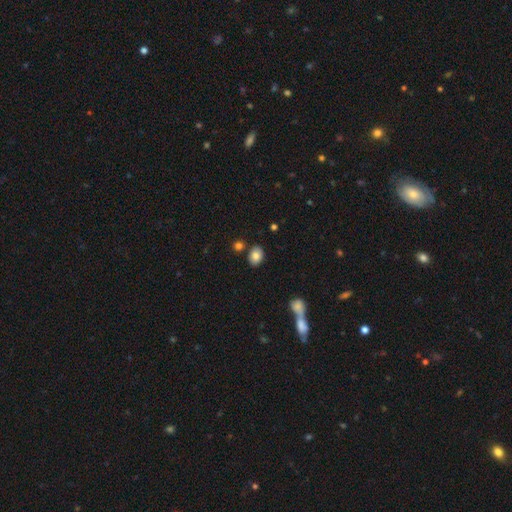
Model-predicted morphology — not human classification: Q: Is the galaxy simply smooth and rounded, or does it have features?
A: smooth — 82%.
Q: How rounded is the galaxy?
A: in between — 71%.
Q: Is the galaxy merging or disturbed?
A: none — 80%.